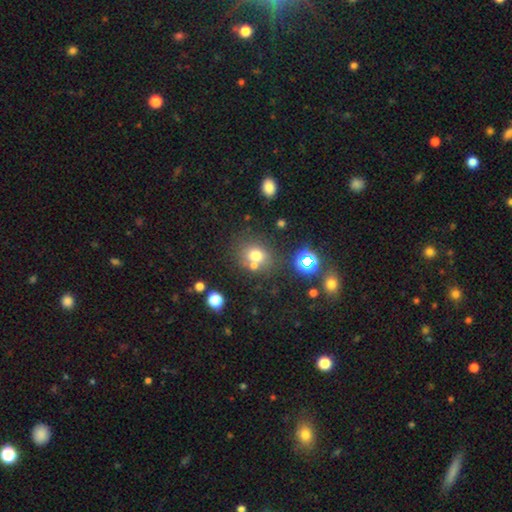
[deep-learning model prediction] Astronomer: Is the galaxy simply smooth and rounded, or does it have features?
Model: smooth — 69%.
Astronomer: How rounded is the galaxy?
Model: round — 73%.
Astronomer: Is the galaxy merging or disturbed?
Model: none — 64%.